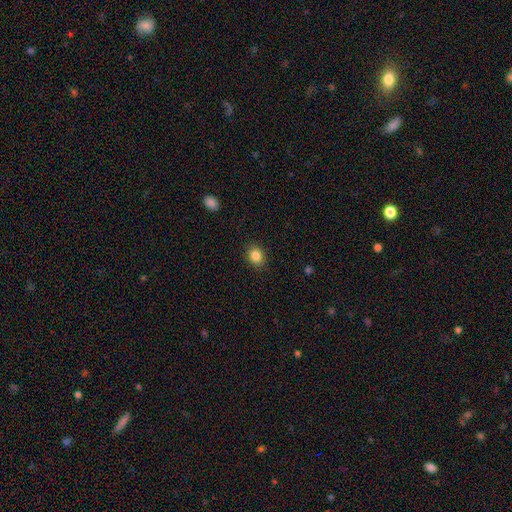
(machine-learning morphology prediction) Smooth or featured: smooth — 85% (star or artifact — 10%)
How rounded: round — 53% (in between — 46%)
Merging: none — 89% (minor disturbance — 8%)